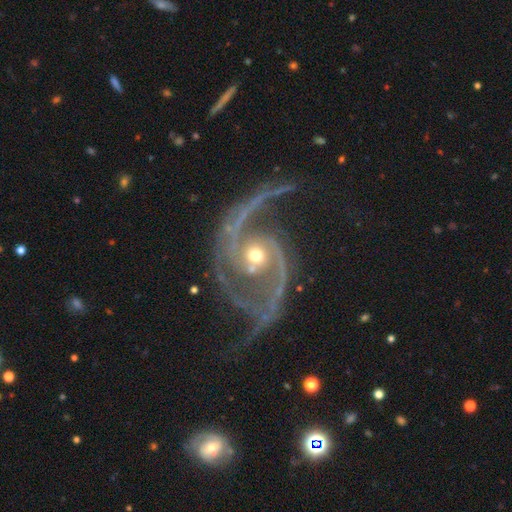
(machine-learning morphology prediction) The model was most divided on "spiral winding": medium: 45%, loose: 35%, tight: 20%. More confident: edge-on disk — no (98%); spiral arms — yes (98%); smooth or featured — featured or disk (92%); spiral arm count — 2 (84%); bar — no (63%); bulge size — moderate (58%); merging — none (55%).